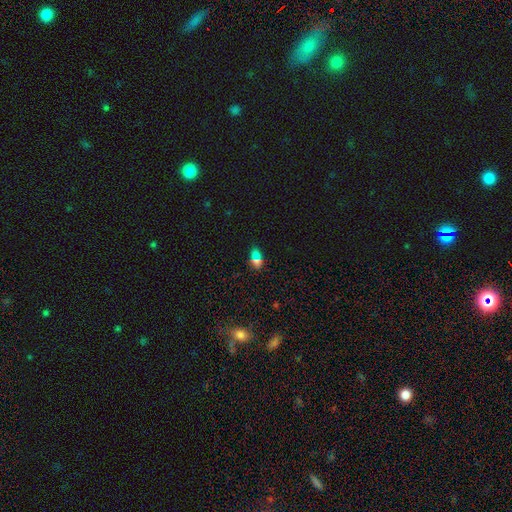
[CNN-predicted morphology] Smooth or featured? smooth (63%)
How rounded? in between (69%)
Merging? none (56%)